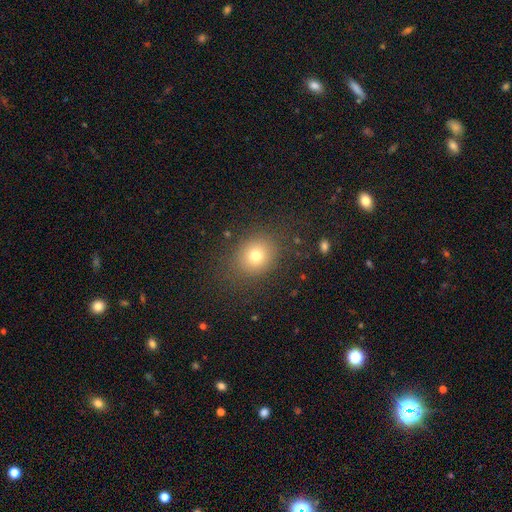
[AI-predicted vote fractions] Q: Smooth or featured?
A: smooth (74%); runner-up: star or artifact (15%)
Q: How rounded?
A: round (72%); runner-up: in between (27%)
Q: Merging?
A: none (83%); runner-up: minor disturbance (10%)